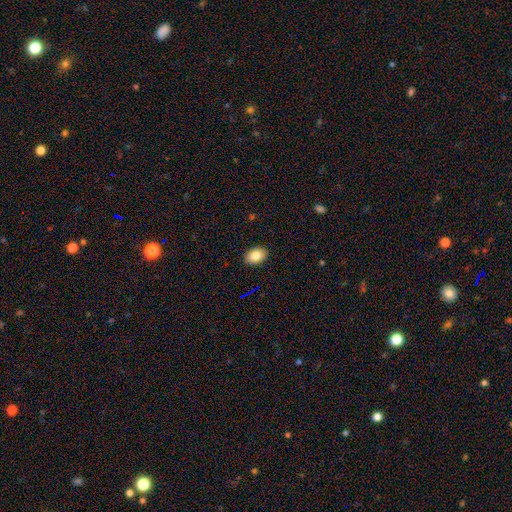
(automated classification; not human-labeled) Q: Smooth or featured?
A: smooth (83%); runner-up: star or artifact (8%)
Q: How rounded?
A: in between (85%); runner-up: round (14%)
Q: Merging?
A: none (90%); runner-up: minor disturbance (7%)